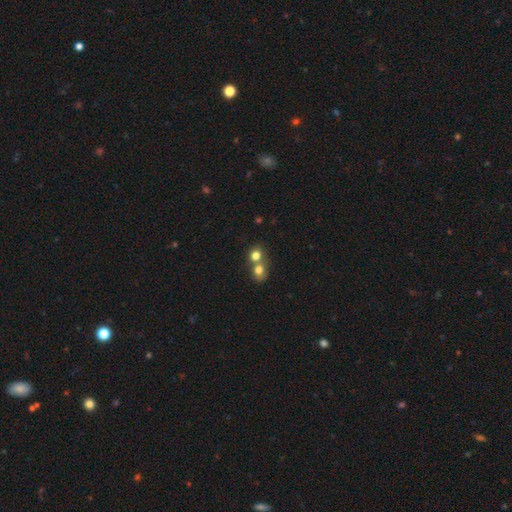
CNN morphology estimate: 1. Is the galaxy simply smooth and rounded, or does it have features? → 76% smooth, 13% star or artifact, 11% featured or disk.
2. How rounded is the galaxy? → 75% round, 24% in between, 1% cigar-shaped.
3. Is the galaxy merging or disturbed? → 58% merger, 34% none, 5% minor disturbance, 3% major disturbance.